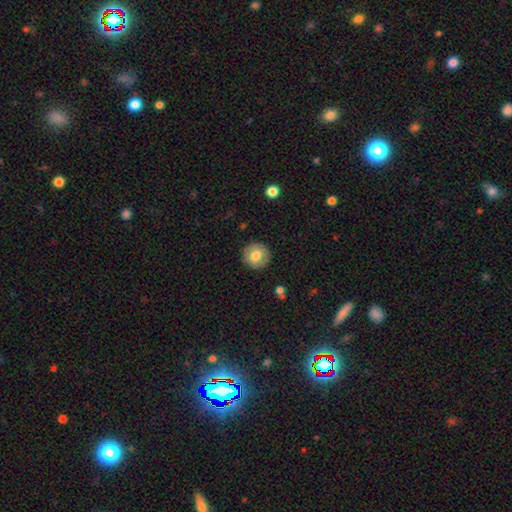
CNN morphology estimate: Smooth or featured?
  - smooth: 75% *
  - featured or disk: 17%
  - star or artifact: 7%
How rounded?
  - round: 94% *
  - in between: 5%
  - cigar-shaped: 1%
Merging?
  - none: 90% *
  - minor disturbance: 7%
  - major disturbance: 2%
  - merger: 1%